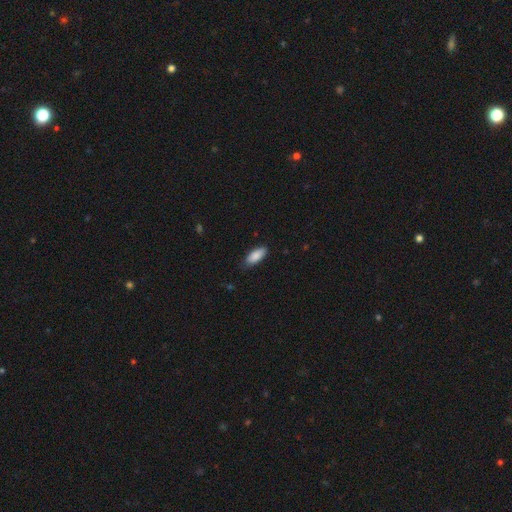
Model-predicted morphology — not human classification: A smooth galaxy with no disk features (88%) that is in between round and cigar-shaped (85%). Merging: none (81%).